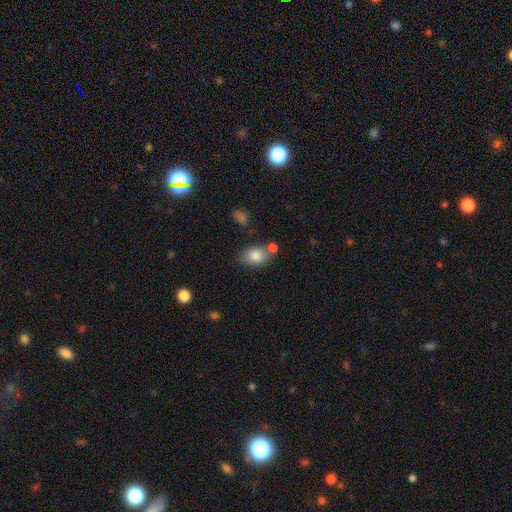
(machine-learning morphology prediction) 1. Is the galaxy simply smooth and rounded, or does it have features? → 82% smooth, 10% featured or disk, 8% star or artifact.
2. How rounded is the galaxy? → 80% in between, 18% round, 2% cigar-shaped.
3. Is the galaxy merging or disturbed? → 59% none, 22% merger, 15% minor disturbance, 4% major disturbance.